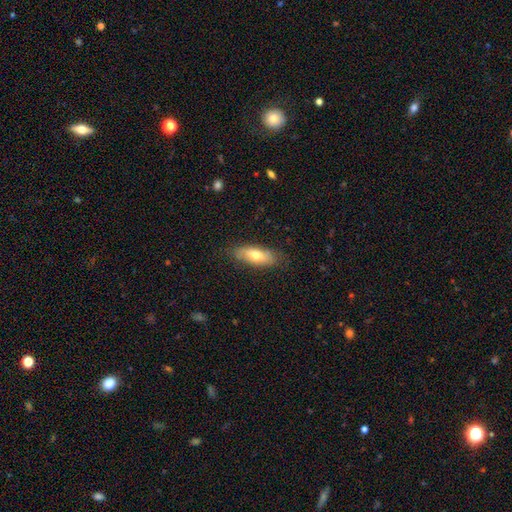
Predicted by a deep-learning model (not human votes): This is likely a smooth galaxy (66%). How rounded: likely in between (71%). Merging: likely none (79%).